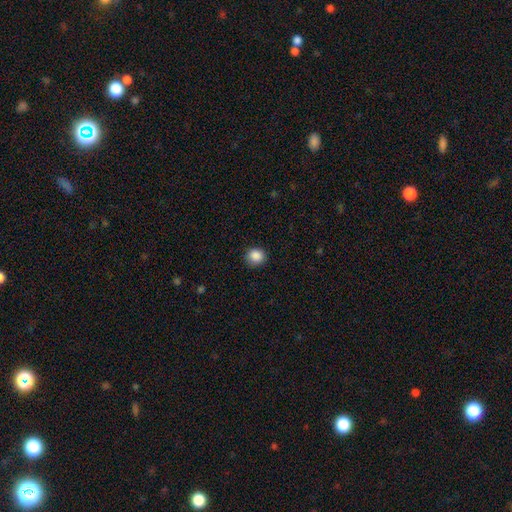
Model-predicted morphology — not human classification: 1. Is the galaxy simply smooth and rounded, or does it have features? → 88% smooth, 10% star or artifact, 3% featured or disk.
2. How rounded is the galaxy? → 83% round, 16% in between, 1% cigar-shaped.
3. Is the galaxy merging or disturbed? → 86% none, 10% minor disturbance, 3% major disturbance, 1% merger.